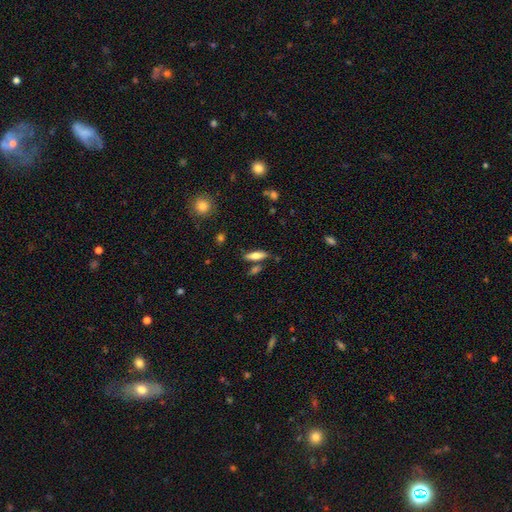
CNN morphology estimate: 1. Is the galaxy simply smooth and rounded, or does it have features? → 68% smooth, 25% featured or disk, 7% star or artifact.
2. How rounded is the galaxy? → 52% cigar-shaped, 45% in between, 2% round.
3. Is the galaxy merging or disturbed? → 74% none, 13% minor disturbance, 10% merger, 4% major disturbance.